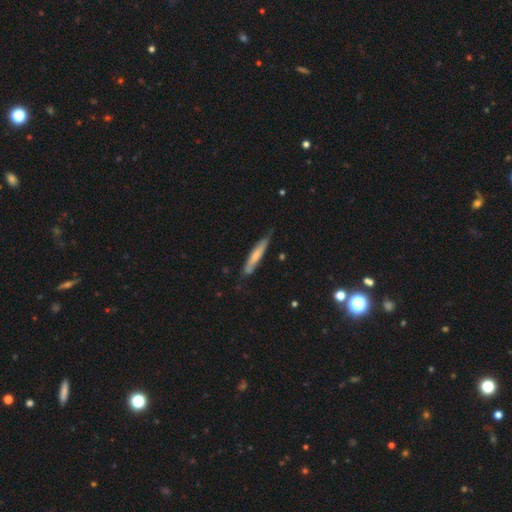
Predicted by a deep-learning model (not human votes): This appears to be a smooth galaxy with no disk features (58%) that is cigar-shaped (91%). Merging: none (71%).